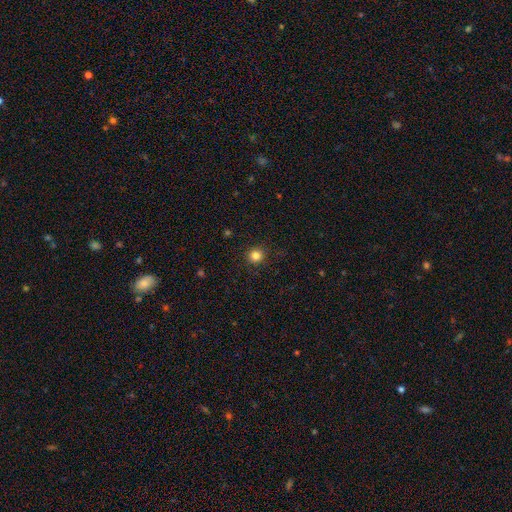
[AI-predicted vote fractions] This is clearly a smooth galaxy (83%). How rounded: clearly round (93%). Merging: clearly none (91%).